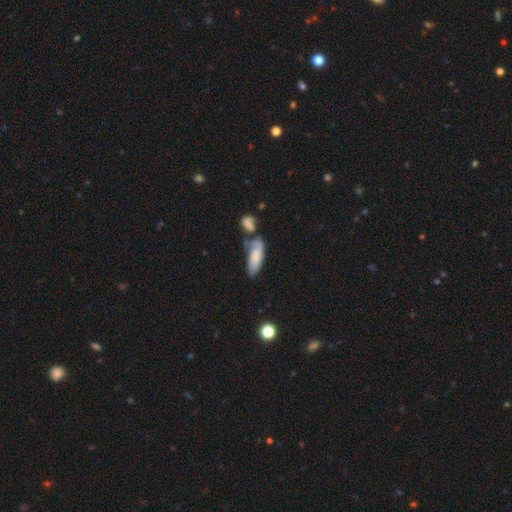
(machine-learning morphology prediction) Smooth or featured: smooth — 73% (featured or disk — 20%)
How rounded: in between — 69% (cigar-shaped — 29%)
Merging: none — 35% (tied with merger — 35%)